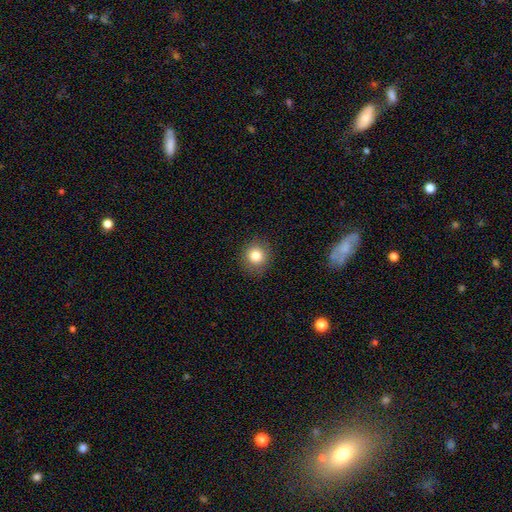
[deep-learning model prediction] A smooth galaxy with no disk features (82%) that is round (87%).

Vote fractions:
- Smooth or featured? smooth: 82% / star or artifact: 11% / featured or disk: 8%
- How rounded? round: 87% / in between: 12% / cigar-shaped: 1%
- Merging? none: 89% / minor disturbance: 8% / major disturbance: 2% / merger: 1%